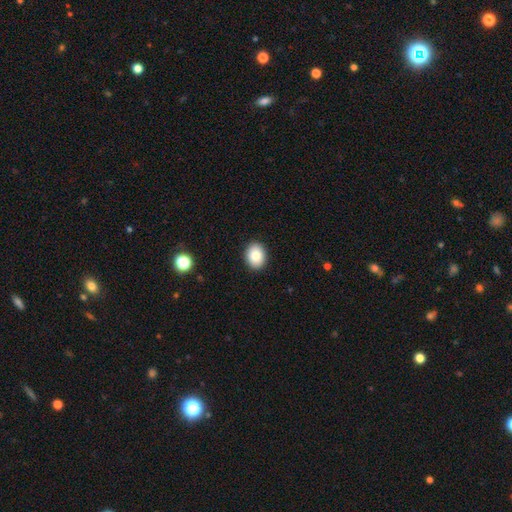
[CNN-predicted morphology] The model was most divided on "how rounded": in between: 53%, round: 46%, cigar-shaped: 1%. More confident: merging — none (91%); smooth or featured — smooth (84%).